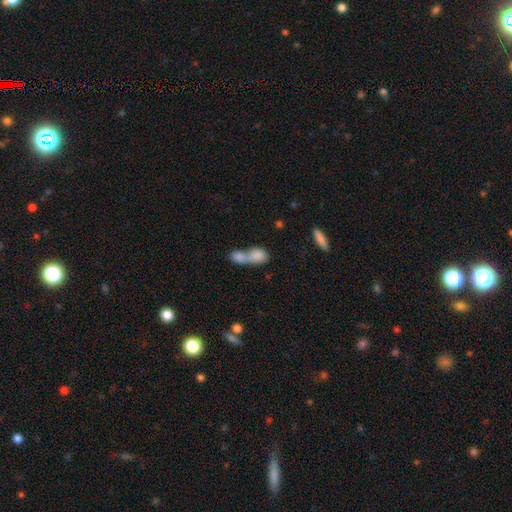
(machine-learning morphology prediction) Smooth or featured?
  - smooth: 81% *
  - featured or disk: 12%
  - star or artifact: 7%
How rounded?
  - in between: 69% *
  - round: 23%
  - cigar-shaped: 8%
Merging?
  - merger: 77% *
  - none: 14%
  - minor disturbance: 5%
  - major disturbance: 4%